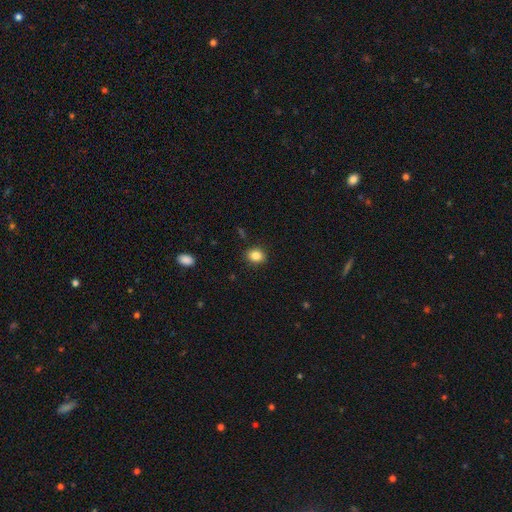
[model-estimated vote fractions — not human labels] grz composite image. It shows a smooth galaxy with no disk features (85%) that is round (56%). Merging: none (89%).